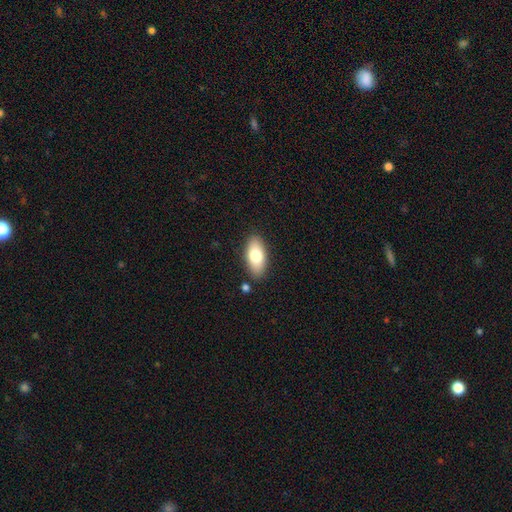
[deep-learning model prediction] A smooth galaxy with no disk features (76%) that is in between round and cigar-shaped (90%).

Vote fractions:
- Smooth or featured? smooth: 76% / featured or disk: 18% / star or artifact: 7%
- How rounded? in between: 90% / cigar-shaped: 7% / round: 3%
- Merging? none: 85% / minor disturbance: 10% / merger: 3% / major disturbance: 2%